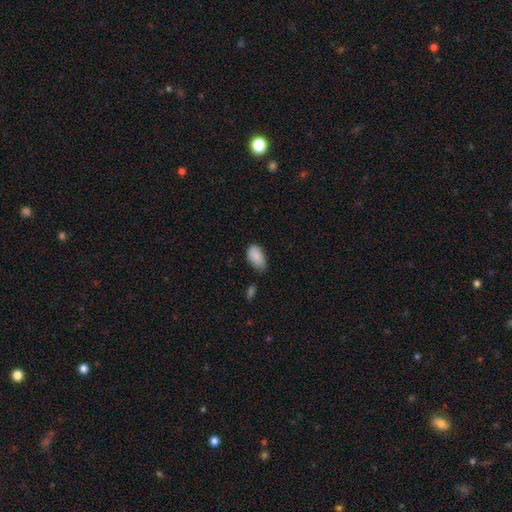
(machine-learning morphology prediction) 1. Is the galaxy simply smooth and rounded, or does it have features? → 88% smooth, 7% star or artifact, 5% featured or disk.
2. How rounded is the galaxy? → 94% in between, 3% round, 2% cigar-shaped.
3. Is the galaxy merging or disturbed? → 51% none, 39% minor disturbance, 7% major disturbance, 4% merger.